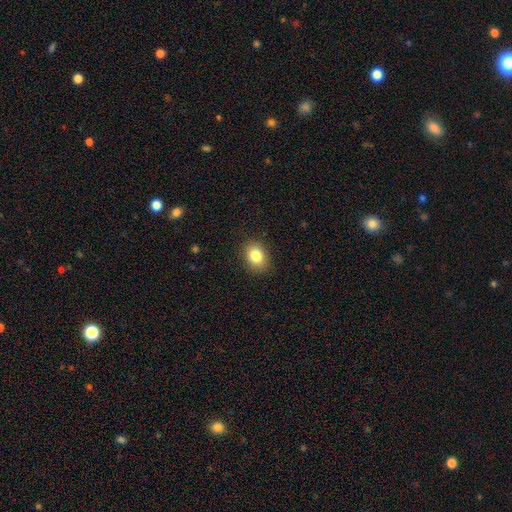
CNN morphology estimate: This appears to be a smooth galaxy with no disk features (83%) that is in between round and cigar-shaped (60%). Merging: none (88%).